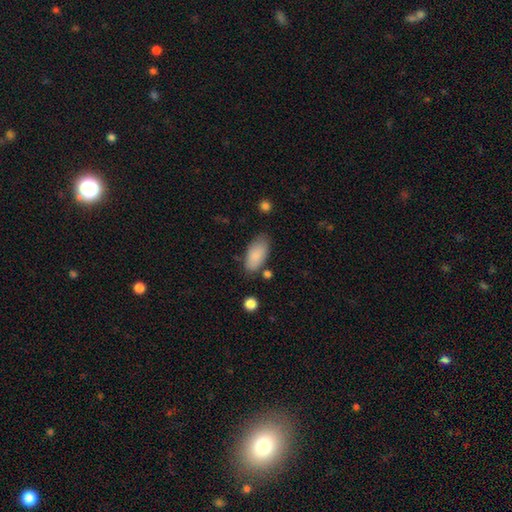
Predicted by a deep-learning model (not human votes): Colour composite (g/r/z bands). It shows a smooth galaxy with no disk features (88%) that is in between round and cigar-shaped (91%). Merging: none (74%).